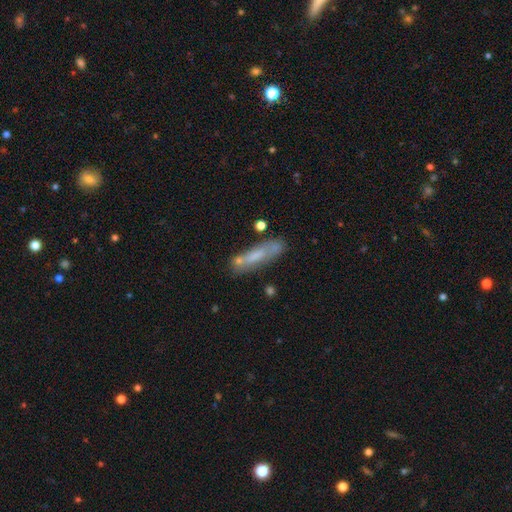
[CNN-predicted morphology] Smooth or featured?
  - smooth: 59% *
  - featured or disk: 33%
  - star or artifact: 8%
How rounded?
  - cigar-shaped: 74% *
  - in between: 24%
  - round: 2%
Merging?
  - none: 60% *
  - minor disturbance: 21%
  - merger: 12%
  - major disturbance: 8%